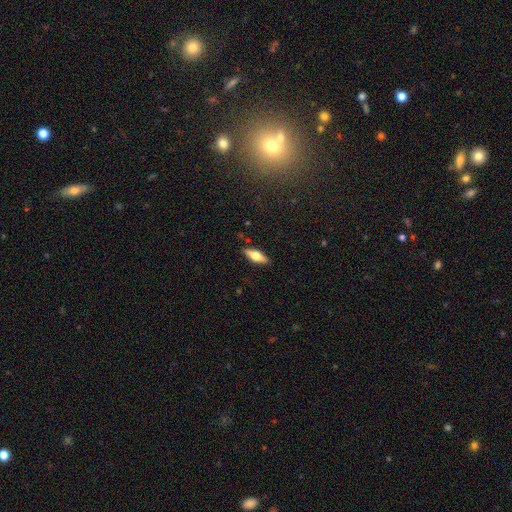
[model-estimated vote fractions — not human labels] Q: Smooth or featured?
A: featured or disk (48%); runner-up: smooth (45%)
Q: Merging?
A: none (89%); runner-up: minor disturbance (8%)